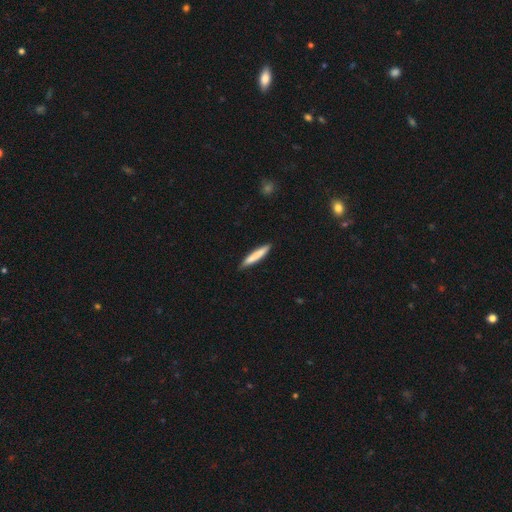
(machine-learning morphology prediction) smooth-or-featured: smooth: 80% | featured or disk: 15% | star or artifact: 5%
  how-rounded: cigar-shaped: 92% | in between: 6% | round: 1%
  merging: none: 88% | minor disturbance: 9% | major disturbance: 2% | merger: 1%